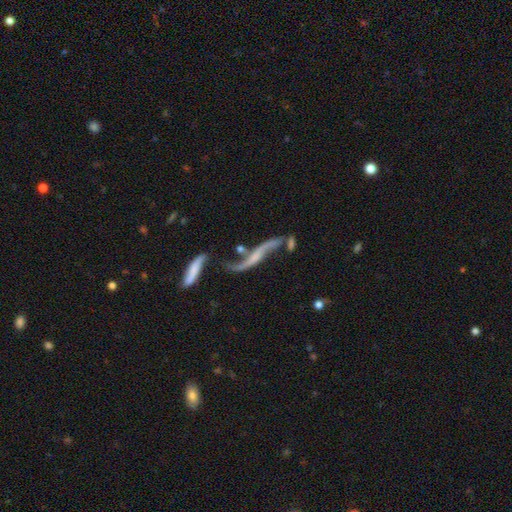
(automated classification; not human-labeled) Morphology: type=featured or disk (80%); edge-on=no (75%); bar=no (52%); spiral arms=yes (86%); winding=loose (93%); arm count=2 (90%); bulge=none (40%); merging=none (39%).